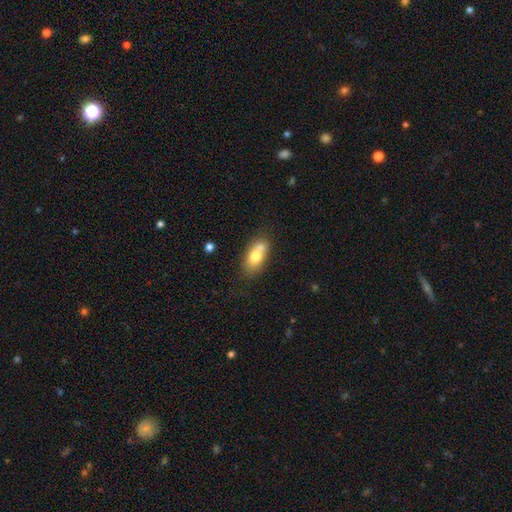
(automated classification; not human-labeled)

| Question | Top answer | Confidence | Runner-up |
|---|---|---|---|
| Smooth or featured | smooth | 70% | featured or disk (22%) |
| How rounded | in between | 85% | round (9%) |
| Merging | none | 42% | merger (37%) |